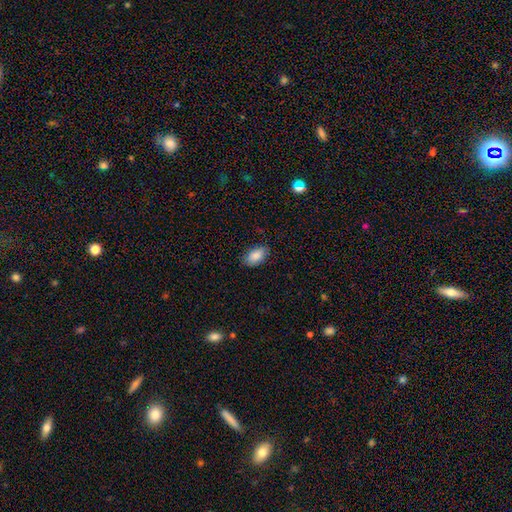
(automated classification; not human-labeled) The model was most divided on "merging": none: 82%, minor disturbance: 14%, major disturbance: 3%, merger: 1%. More confident: how rounded — in between (93%); smooth or featured — smooth (87%).